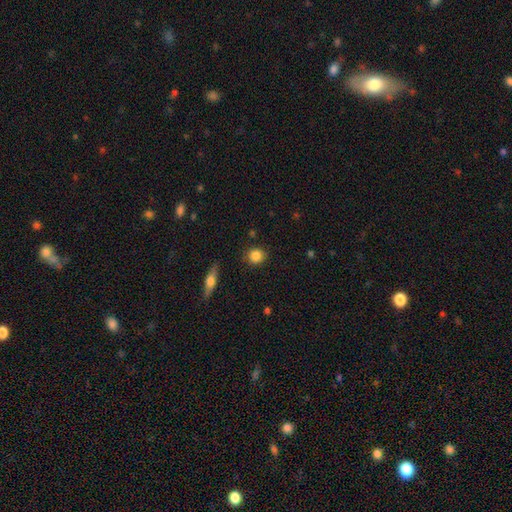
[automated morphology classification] Smooth or featured? Predicted: smooth (p=0.85). How rounded? Predicted: round (p=0.88). Merging? Predicted: none (p=0.88).